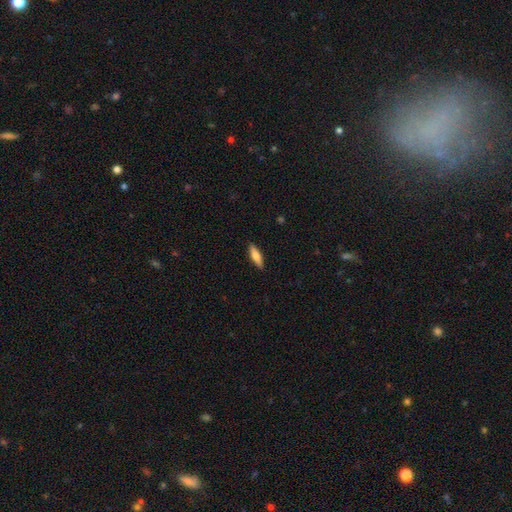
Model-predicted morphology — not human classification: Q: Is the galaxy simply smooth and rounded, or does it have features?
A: smooth — 67%.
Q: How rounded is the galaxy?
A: cigar-shaped — 60%.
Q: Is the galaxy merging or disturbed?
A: none — 89%.